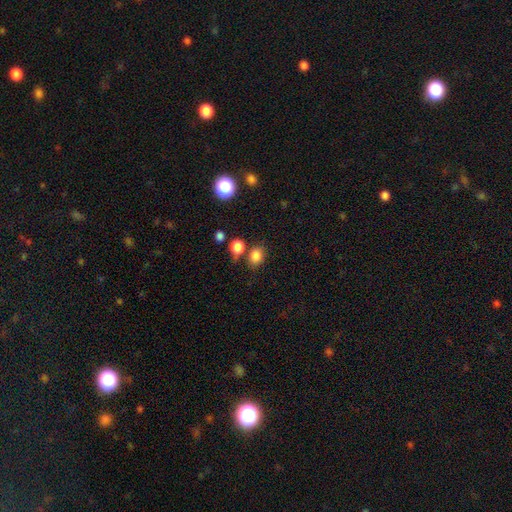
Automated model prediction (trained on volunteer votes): smooth 82%, star or artifact 12%, featured or disk 6%. Down the decision tree: how rounded — in between (52%); merging — none (67%).